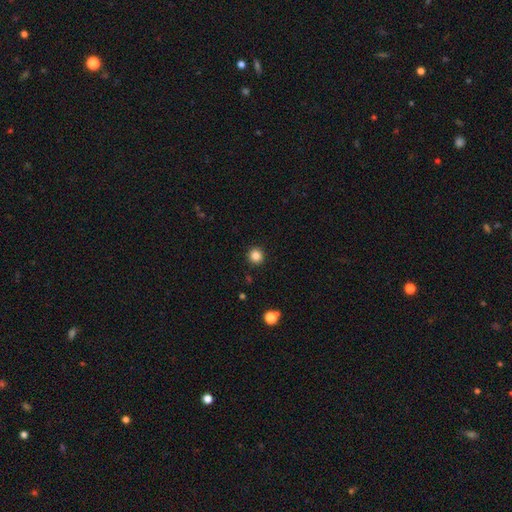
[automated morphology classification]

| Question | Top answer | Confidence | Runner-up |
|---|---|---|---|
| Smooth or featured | smooth | 84% | star or artifact (12%) |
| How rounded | round | 95% | in between (4%) |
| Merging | none | 93% | minor disturbance (5%) |